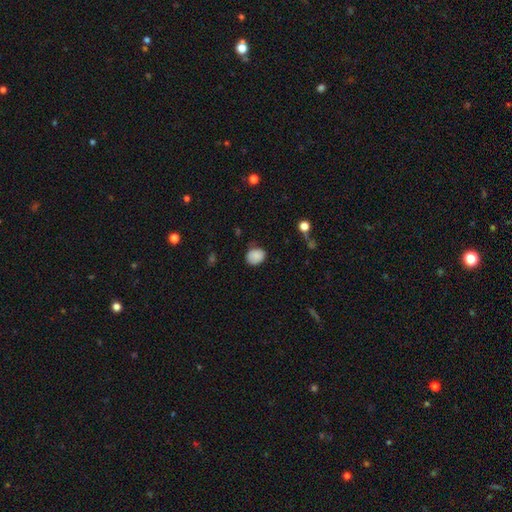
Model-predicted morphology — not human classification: smooth-or-featured: smooth: 86% | star or artifact: 8% | featured or disk: 6%
  how-rounded: round: 52% | in between: 47% | cigar-shaped: 1%
  merging: none: 71% | minor disturbance: 23% | major disturbance: 5% | merger: 2%